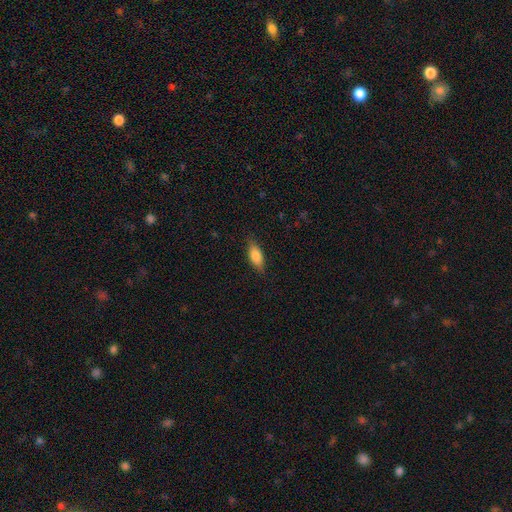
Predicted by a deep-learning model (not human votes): smooth_or_featured: smooth (p=0.79) [alt: featured or disk p=0.14]
how_rounded: in between (p=0.75) [alt: cigar-shaped p=0.23]
merging: none (p=0.83) [alt: minor disturbance p=0.13]